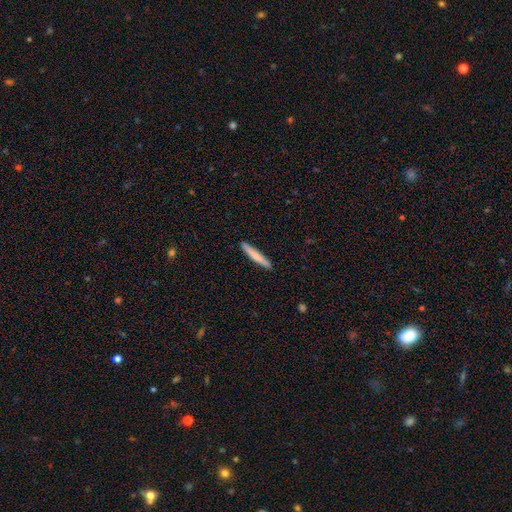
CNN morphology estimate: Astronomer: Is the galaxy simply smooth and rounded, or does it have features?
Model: smooth — 76%.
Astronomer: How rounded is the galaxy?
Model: cigar-shaped — 95%.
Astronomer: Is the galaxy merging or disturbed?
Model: none — 91%.